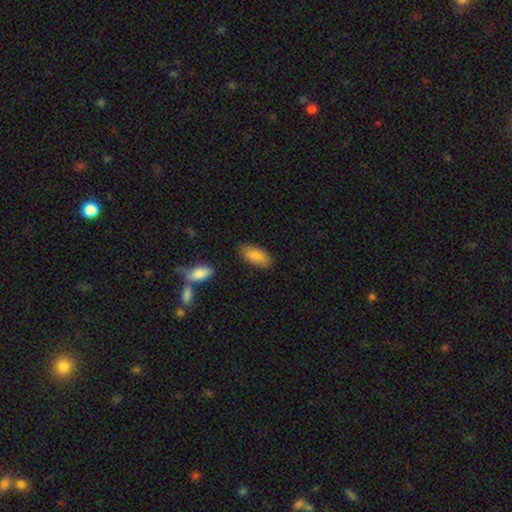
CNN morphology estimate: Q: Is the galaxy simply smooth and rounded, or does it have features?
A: smooth — 85%.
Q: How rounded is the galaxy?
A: in between — 91%.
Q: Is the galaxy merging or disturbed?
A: none — 80%.